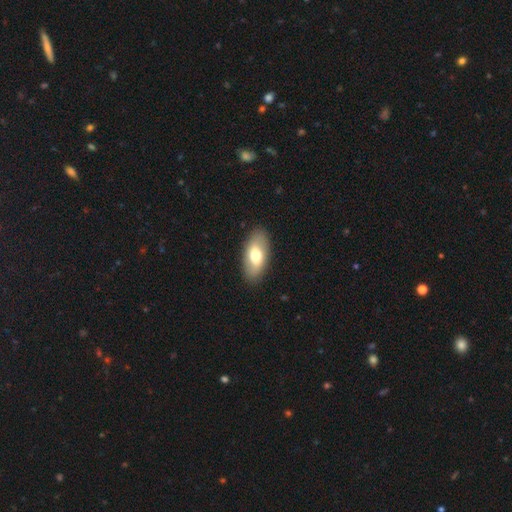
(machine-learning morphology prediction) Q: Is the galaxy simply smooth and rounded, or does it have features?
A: smooth — 65%.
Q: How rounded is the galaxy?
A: in between — 91%.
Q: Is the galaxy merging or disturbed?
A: none — 88%.